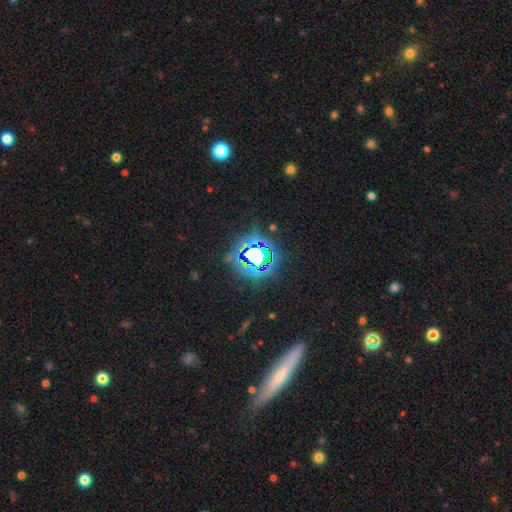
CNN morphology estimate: Smooth or featured?
  - star or artifact: 72% *
  - smooth: 16%
  - featured or disk: 12%